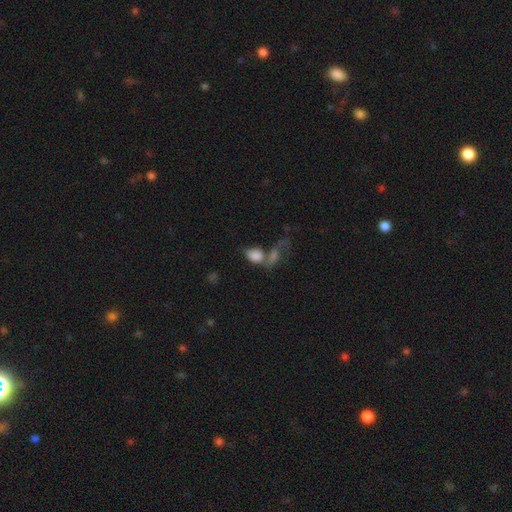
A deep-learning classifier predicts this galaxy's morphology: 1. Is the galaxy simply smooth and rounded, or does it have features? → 76% smooth, 14% featured or disk, 10% star or artifact.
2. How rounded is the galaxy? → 77% in between, 21% round, 2% cigar-shaped.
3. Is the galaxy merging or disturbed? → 59% merger, 20% none, 12% major disturbance, 10% minor disturbance.